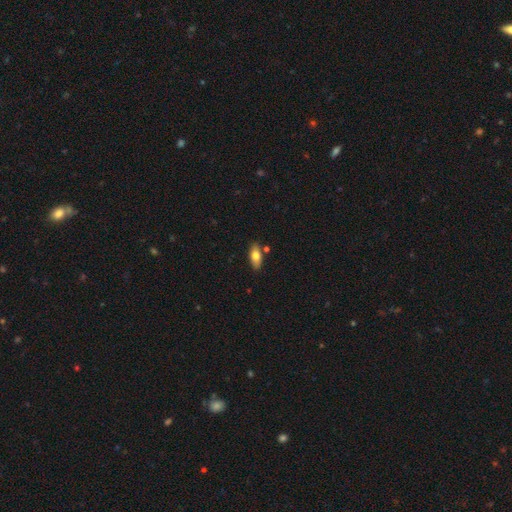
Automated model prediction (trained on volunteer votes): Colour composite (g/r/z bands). It shows a smooth galaxy with no disk features (72%) that is in between round and cigar-shaped (84%). Merging: none (80%).